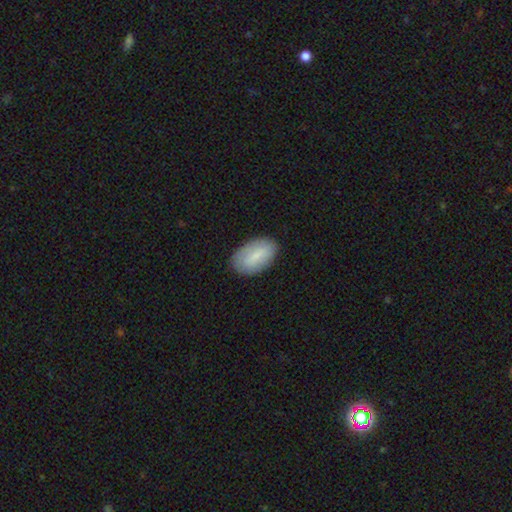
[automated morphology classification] Smooth or featured?
  - smooth: 75% *
  - featured or disk: 19%
  - star or artifact: 6%
How rounded?
  - in between: 93% *
  - round: 4%
  - cigar-shaped: 2%
Merging?
  - none: 82% *
  - minor disturbance: 14%
  - major disturbance: 3%
  - merger: 1%